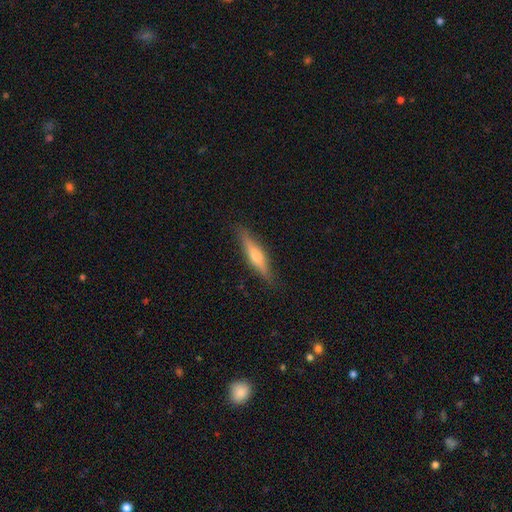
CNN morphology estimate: This appears to be a featured or disk galaxy (57%) viewed edge-on (94%) with a rounded central bulge (84%). Merging: none (88%).